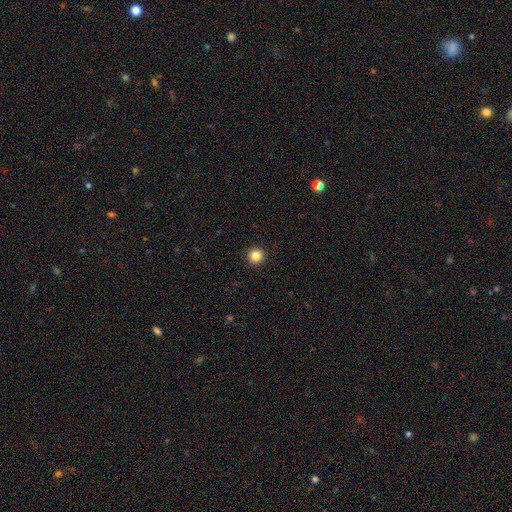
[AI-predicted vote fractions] Smooth or featured? Predicted: smooth (p=0.85). How rounded? Predicted: round (p=0.95). Merging? Predicted: none (p=0.93).